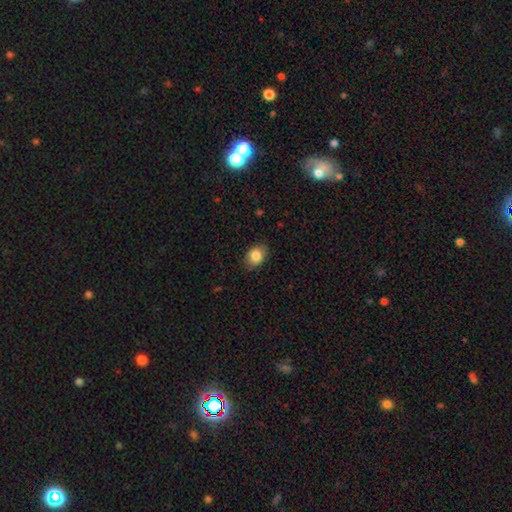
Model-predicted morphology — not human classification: Smooth or featured: smooth — 85% (star or artifact — 8%)
How rounded: in between — 67% (round — 32%)
Merging: none — 83% (minor disturbance — 13%)